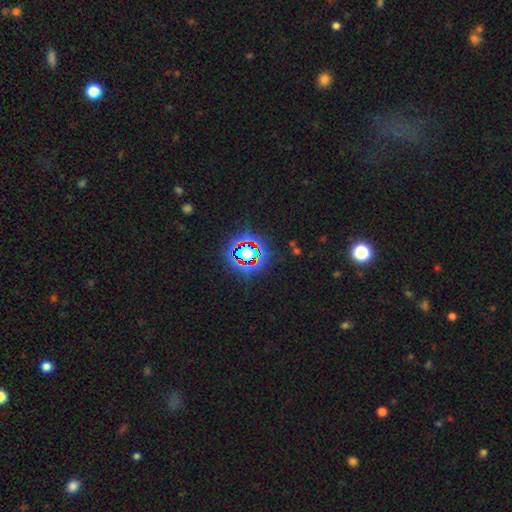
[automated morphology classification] A star or artifact, not a galaxy (76%).